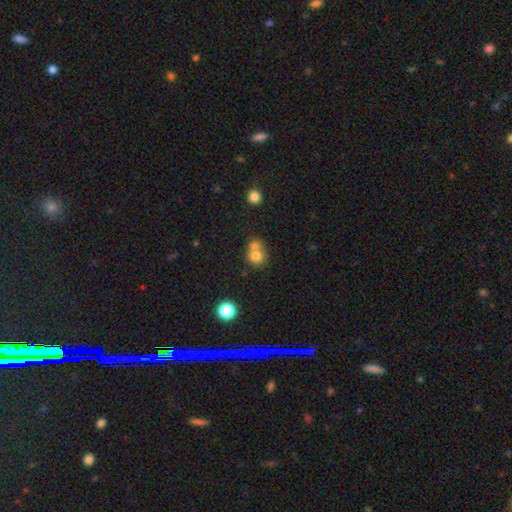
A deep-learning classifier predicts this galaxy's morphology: Smooth or featured? smooth (75%)
How rounded? round (81%)
Merging? merger (54%)